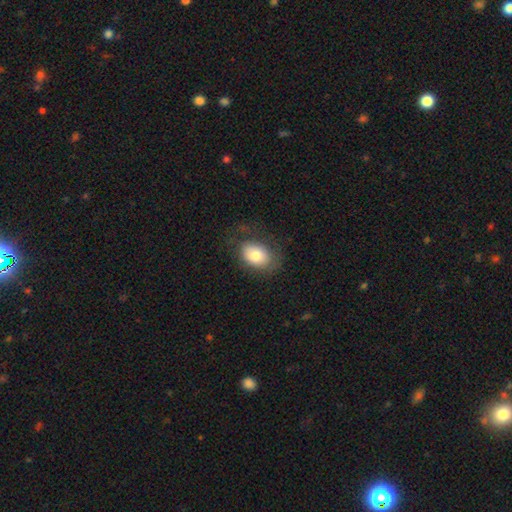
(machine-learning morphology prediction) smooth-or-featured: smooth: 76% | featured or disk: 16% | star or artifact: 8%
  how-rounded: in between: 77% | round: 22% | cigar-shaped: 1%
  merging: none: 69% | minor disturbance: 19% | major disturbance: 11% | merger: 1%